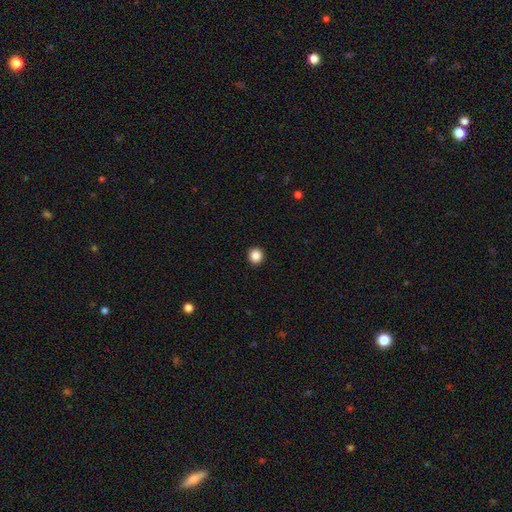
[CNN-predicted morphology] The model was most divided on "smooth or featured": smooth: 87%, star or artifact: 10%, featured or disk: 3%. More confident: how rounded — round (94%); merging — none (94%).